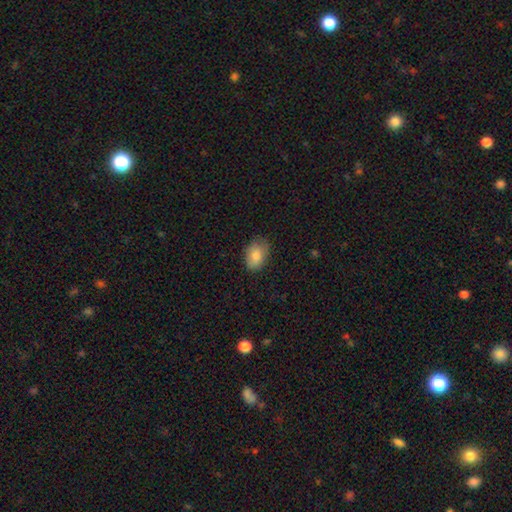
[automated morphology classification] Smooth or featured: smooth — 83% (featured or disk — 9%)
How rounded: in between — 82% (round — 17%)
Merging: none — 76% (minor disturbance — 20%)